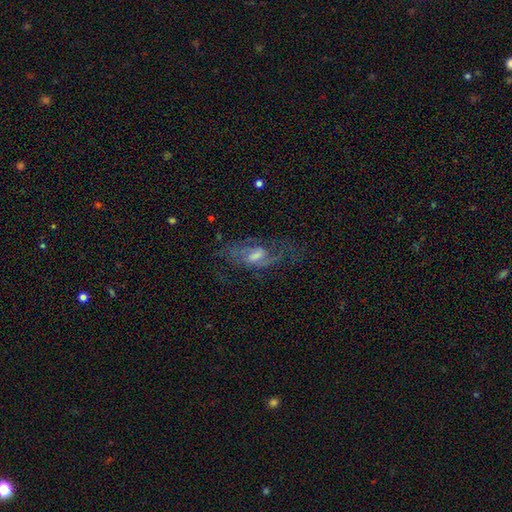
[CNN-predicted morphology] Smooth or featured? Predicted: featured or disk (p=0.78). Edge-on disk? Predicted: no (p=0.93). Bar? Predicted: weak (p=0.55). Spiral arms? Predicted: yes (p=0.88). Spiral winding? Predicted: medium (p=0.51). Spiral arm count? Predicted: 2 (p=0.69). Bulge size? Predicted: moderate (p=0.43). Merging? Predicted: none (p=0.61).